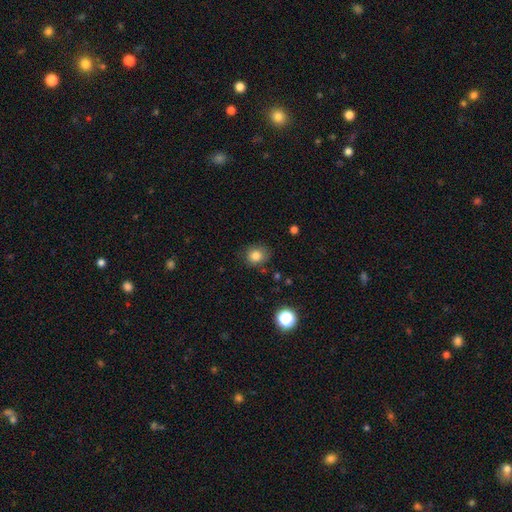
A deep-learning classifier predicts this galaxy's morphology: Smooth or featured? smooth (82%)
How rounded? round (74%)
Merging? none (79%)